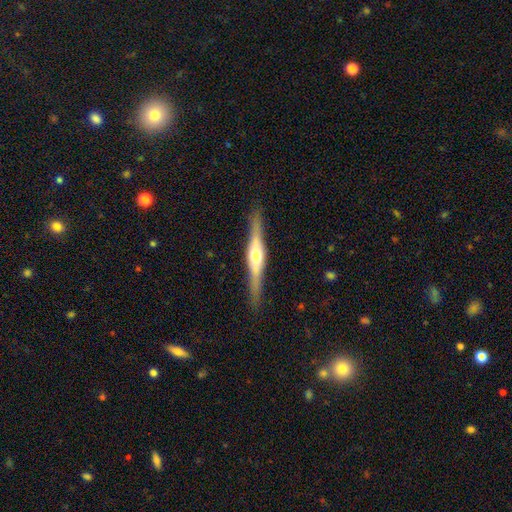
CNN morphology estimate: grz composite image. It shows a featured or disk galaxy (69%) viewed edge-on (97%) with a rounded central bulge (87%). Merging: none (88%).